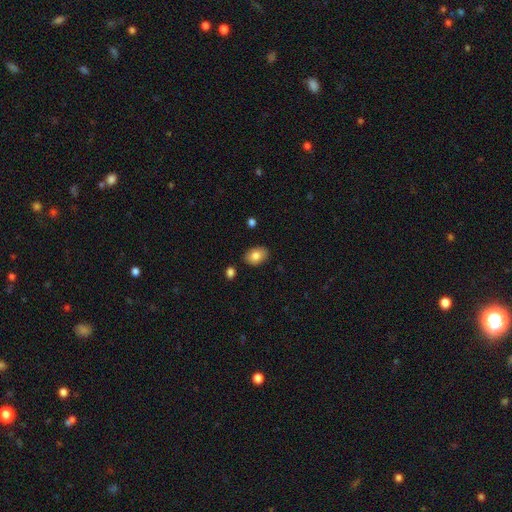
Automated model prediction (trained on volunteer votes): This is clearly a smooth galaxy (83%). How rounded: clearly in between (83%). Merging: clearly none (86%).